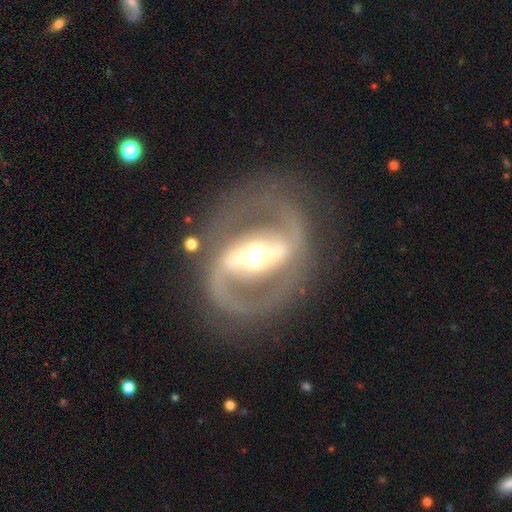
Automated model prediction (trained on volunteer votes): A featured or disk galaxy (88%) with a strong bar (77%), 2 (90%) medium (52%) spiral arms (80%) and a moderate central bulge (63%).

Vote fractions:
- Smooth or featured? featured or disk: 88% / smooth: 7% / star or artifact: 5%
- Edge-on disk? no: 94% / yes: 6%
- Bar? strong: 77% / weak: 15% / no: 8%
- Spiral arms? yes: 80% / no: 20%
- Spiral winding? medium: 52% / tight: 30% / loose: 18%
- Spiral arm count? 2: 90% / can't tell: 4% / 1: 3% / 3: 1% / 4: 1% / more than 4: 1%
- Bulge size? moderate: 63% / large: 20% / small: 13% / dominant: 3% / none: 1%
- Merging? none: 77% / minor disturbance: 11% / major disturbance: 10% / merger: 2%